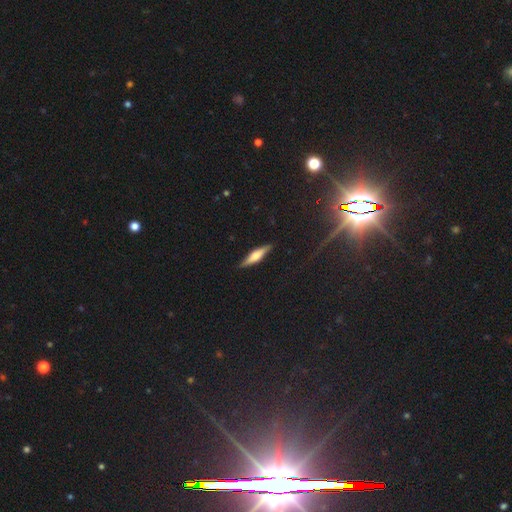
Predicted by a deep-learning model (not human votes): Smooth or featured? featured or disk (52%)
Edge-on disk? yes (95%)
Merging? none (87%)